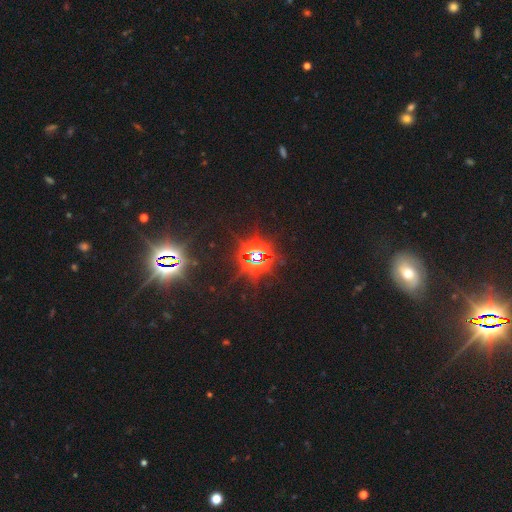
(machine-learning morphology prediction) The model was most divided on "smooth or featured": star or artifact: 84%, featured or disk: 8%, smooth: 8%.